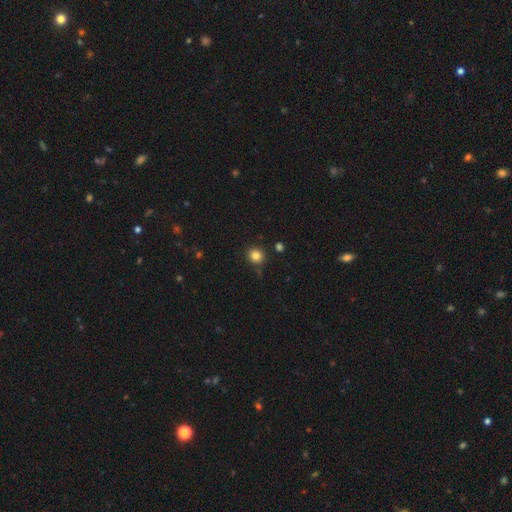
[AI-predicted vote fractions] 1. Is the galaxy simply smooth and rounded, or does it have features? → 83% smooth, 12% star or artifact, 5% featured or disk.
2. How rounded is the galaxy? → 90% round, 9% in between, 1% cigar-shaped.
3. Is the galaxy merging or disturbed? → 84% none, 10% minor disturbance, 3% merger, 3% major disturbance.